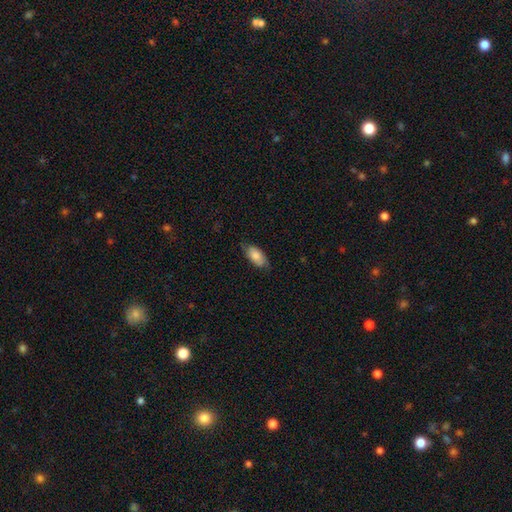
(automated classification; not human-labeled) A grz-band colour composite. It shows a smooth galaxy with no disk features (79%) that is in between round and cigar-shaped (92%). Merging: none (72%).